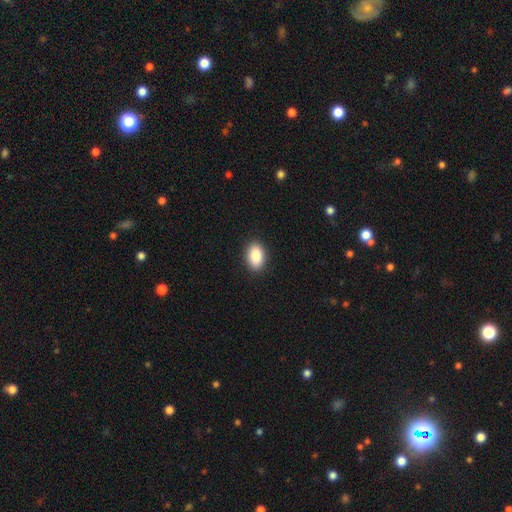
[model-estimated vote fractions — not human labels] A smooth galaxy with no disk features (89%) that is in between round and cigar-shaped (89%).

Vote fractions:
- Smooth or featured? smooth: 89% / star or artifact: 7% / featured or disk: 4%
- How rounded? in between: 89% / round: 9% / cigar-shaped: 2%
- Merging? none: 90% / minor disturbance: 7% / major disturbance: 2% / merger: 1%